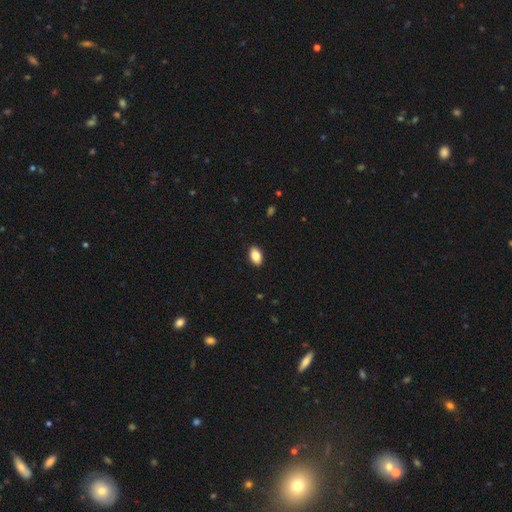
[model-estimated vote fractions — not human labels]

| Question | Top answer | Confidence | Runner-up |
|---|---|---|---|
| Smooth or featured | smooth | 85% | star or artifact (7%) |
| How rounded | in between | 91% | round (7%) |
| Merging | none | 90% | minor disturbance (7%) |